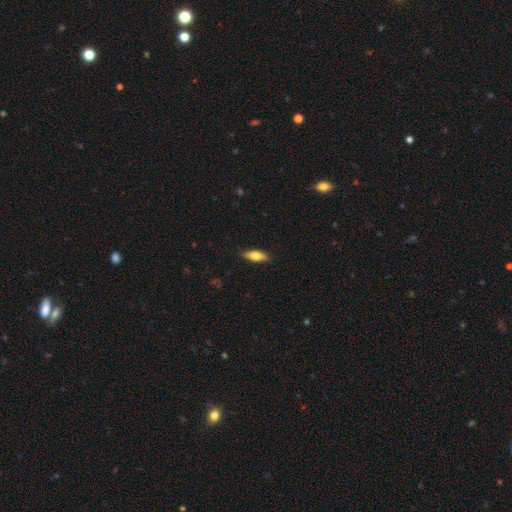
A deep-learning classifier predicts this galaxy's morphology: smooth_or_featured: smooth (p=0.71) [alt: featured or disk p=0.23]
how_rounded: in between (p=0.66) [alt: cigar-shaped p=0.31]
merging: none (p=0.88) [alt: minor disturbance p=0.09]